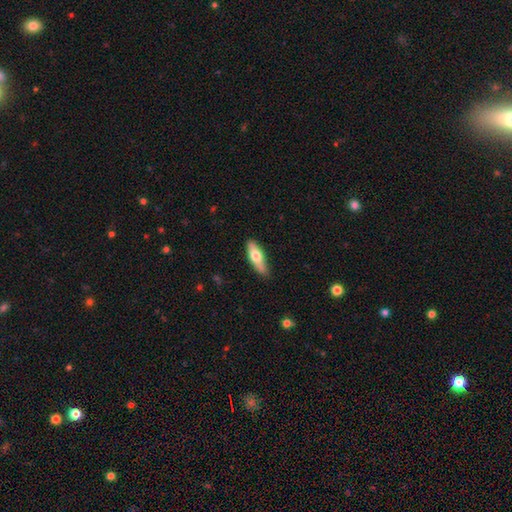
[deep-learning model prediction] smooth-or-featured: smooth: 60% | featured or disk: 35% | star or artifact: 5%
  how-rounded: cigar-shaped: 50% | in between: 47% | round: 2%
  merging: none: 82% | minor disturbance: 14% | major disturbance: 2% | merger: 1%